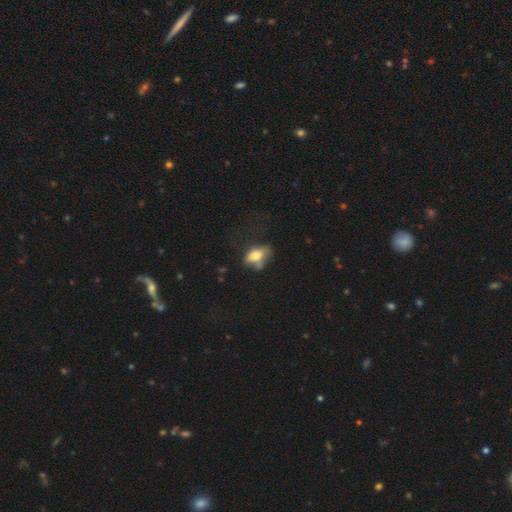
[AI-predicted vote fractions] Smooth or featured?
  - smooth: 69% *
  - featured or disk: 21%
  - star or artifact: 10%
How rounded?
  - in between: 83% *
  - round: 13%
  - cigar-shaped: 4%
Merging?
  - none: 35% *
  - minor disturbance: 29%
  - major disturbance: 26%
  - merger: 10%